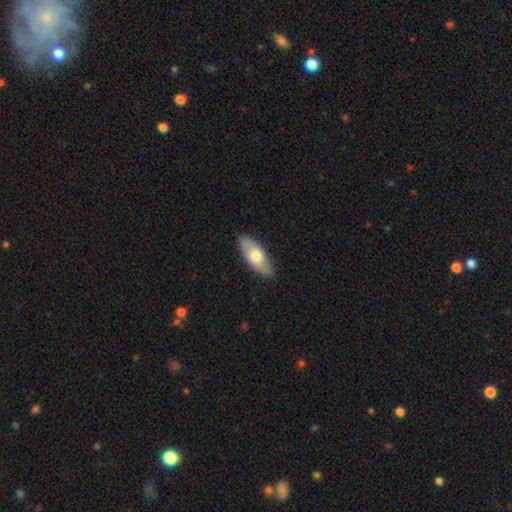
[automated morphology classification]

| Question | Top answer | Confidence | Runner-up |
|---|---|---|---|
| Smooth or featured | smooth | 60% | featured or disk (35%) |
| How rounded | in between | 78% | cigar-shaped (20%) |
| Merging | none | 85% | minor disturbance (11%) |